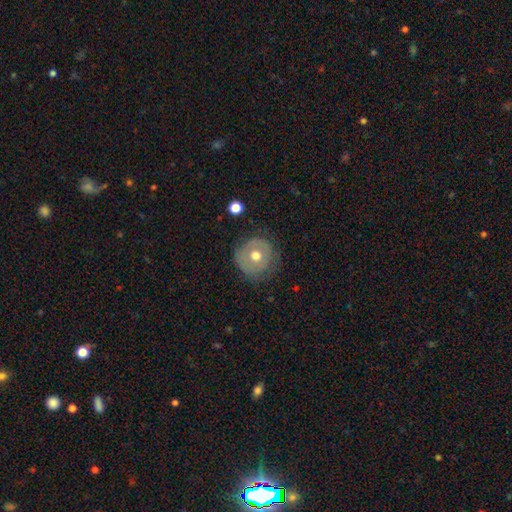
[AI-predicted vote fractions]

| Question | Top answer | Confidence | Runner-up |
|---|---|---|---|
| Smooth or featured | smooth | 47% | featured or disk (45%) |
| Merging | none | 76% | minor disturbance (16%) |